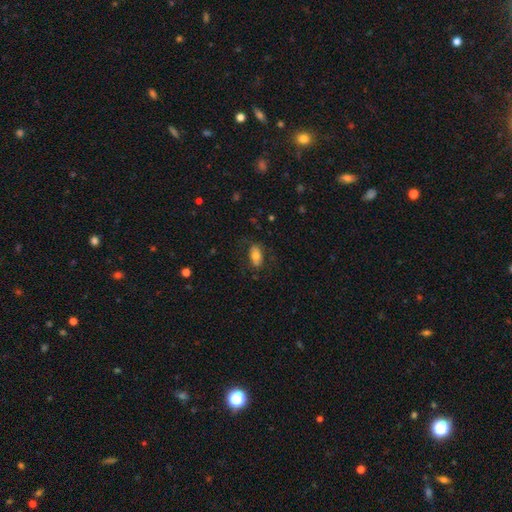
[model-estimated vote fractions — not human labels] Smooth or featured? Predicted: smooth (p=0.71). How rounded? Predicted: in between (p=0.90). Merging? Predicted: none (p=0.76).